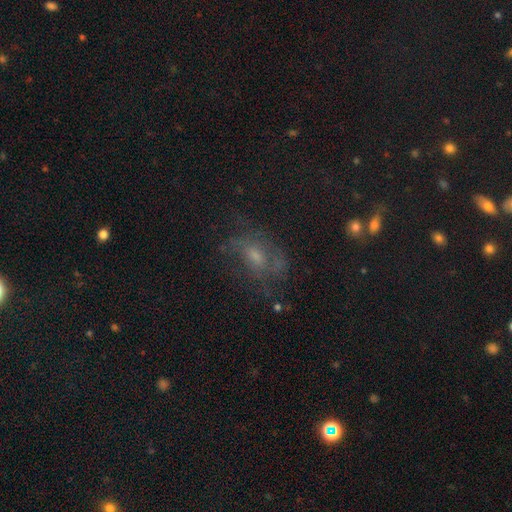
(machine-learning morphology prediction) type=featured or disk (56%); edge-on=no (95%); bar=no (60%); spiral arms=yes (75%); bulge=moderate (44%); merging=none (58%).